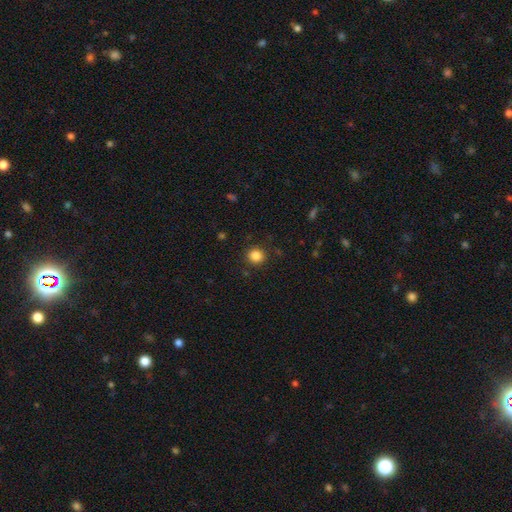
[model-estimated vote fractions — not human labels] Overall: smooth (85%). How rounded: round (88%). Merging: none (89%).